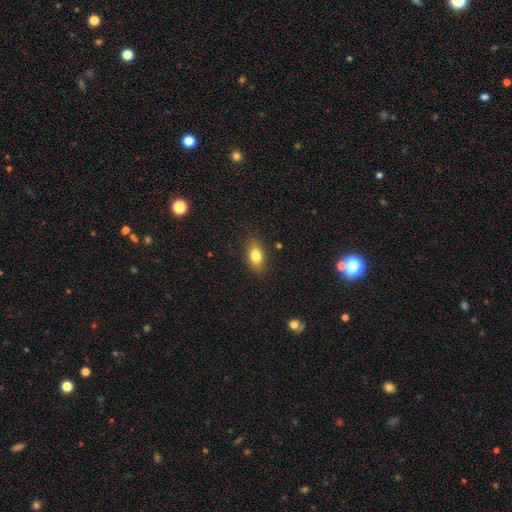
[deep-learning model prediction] smooth_or_featured: smooth (p=0.80) [alt: featured or disk p=0.11]
how_rounded: in between (p=0.86) [alt: round p=0.08]
merging: none (p=0.86) [alt: minor disturbance p=0.10]